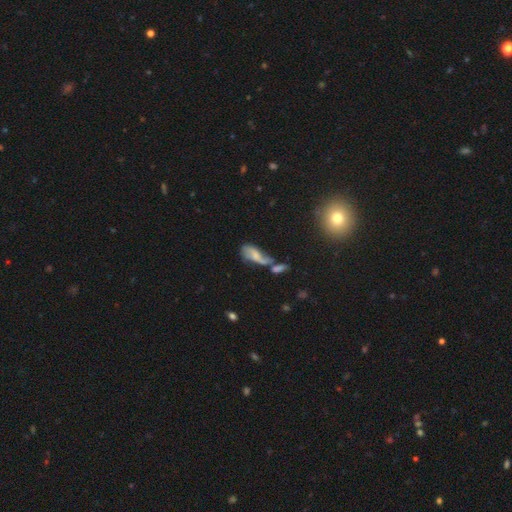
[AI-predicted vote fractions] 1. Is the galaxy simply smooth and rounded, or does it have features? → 48% smooth, 40% featured or disk, 12% star or artifact.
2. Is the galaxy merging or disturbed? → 50% merger, 20% none, 17% major disturbance, 14% minor disturbance.